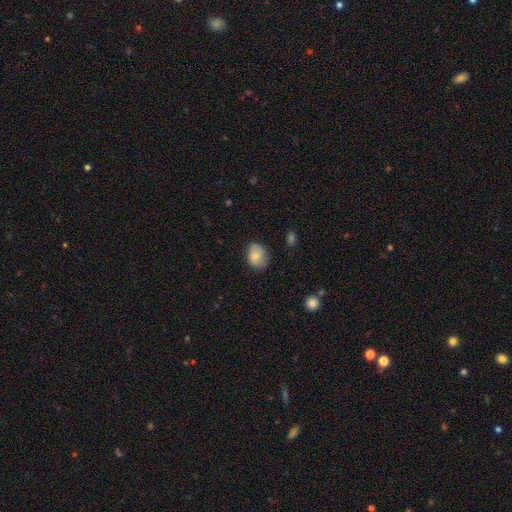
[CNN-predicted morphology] smooth_or_featured: smooth (p=0.75) [alt: featured or disk p=0.17]
how_rounded: in between (p=0.61) [alt: round p=0.38]
merging: none (p=0.70) [alt: minor disturbance p=0.24]